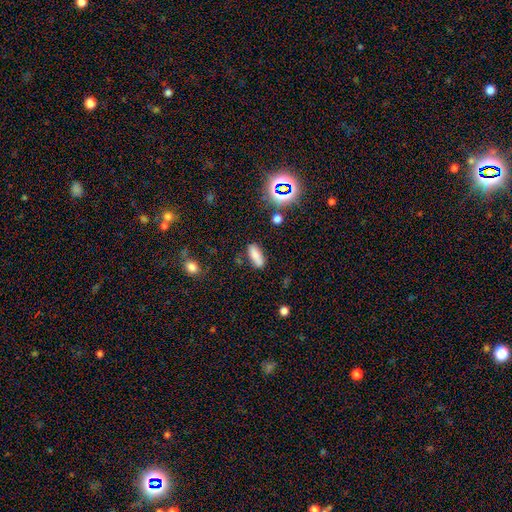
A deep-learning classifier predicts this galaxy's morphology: type=smooth (80%); roundness=in between (68%); merging=none (77%).